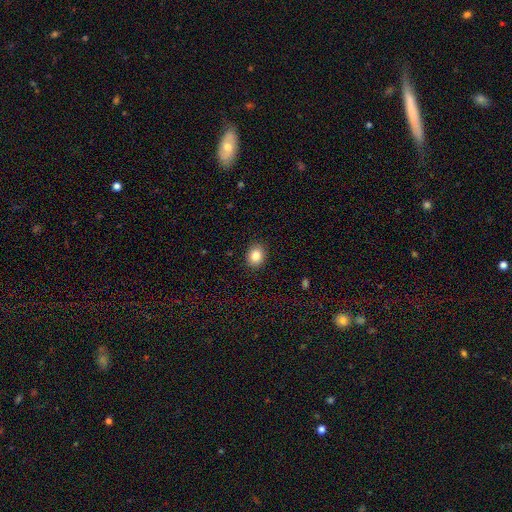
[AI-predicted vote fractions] smooth 85%, star or artifact 10%, featured or disk 6%. Down the decision tree: how rounded — round (54%); merging — none (90%).